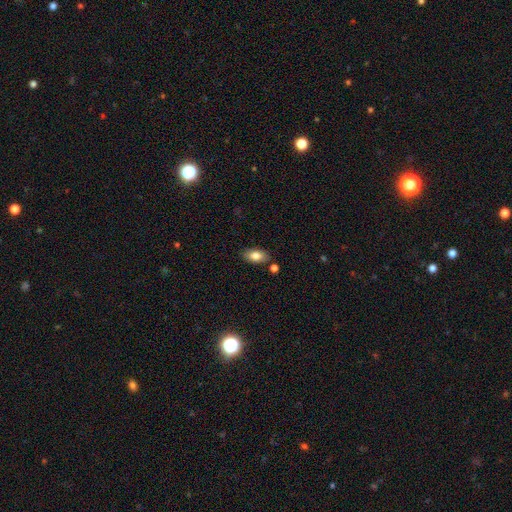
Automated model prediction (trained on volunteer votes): This is clearly a smooth galaxy (80%). How rounded: clearly in between (91%). Merging: clearly none (81%).